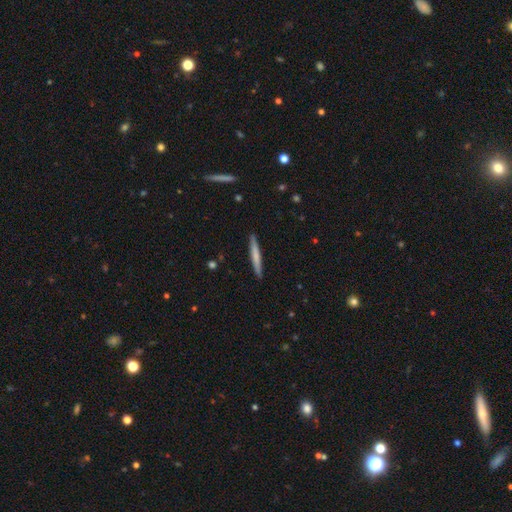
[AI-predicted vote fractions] This appears to be a smooth galaxy with no disk features (65%) that is cigar-shaped (96%). Merging: none (91%).